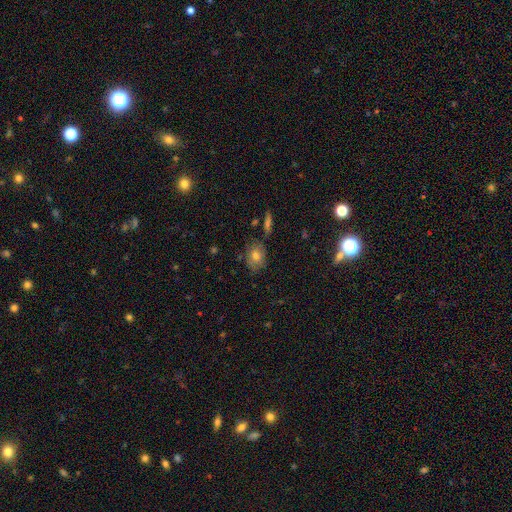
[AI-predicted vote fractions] This appears to be a smooth galaxy with no disk features (65%) that is in between round and cigar-shaped (62%). Merging: none (73%).